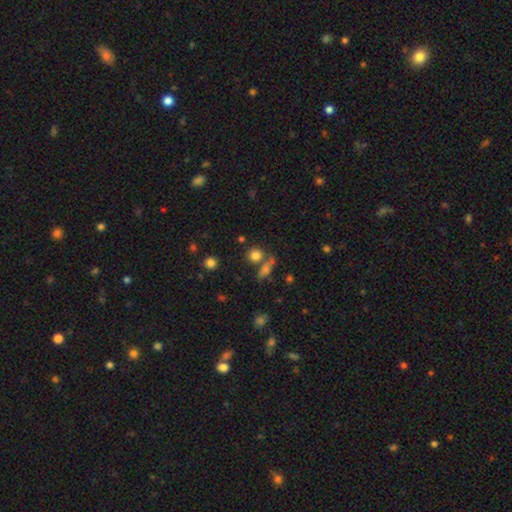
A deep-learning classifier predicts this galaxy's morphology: smooth_or_featured: smooth (p=0.78) [alt: star or artifact p=0.13]
how_rounded: round (p=0.78) [alt: in between p=0.20]
merging: none (p=0.63) [alt: merger p=0.23]